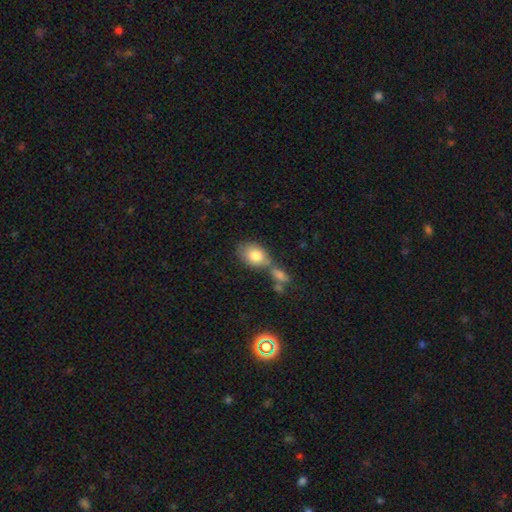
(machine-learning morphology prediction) The model was most divided on "merging": none: 42%, merger: 37%, minor disturbance: 15%, major disturbance: 7%. More confident: smooth or featured — smooth (80%); how rounded — in between (77%).